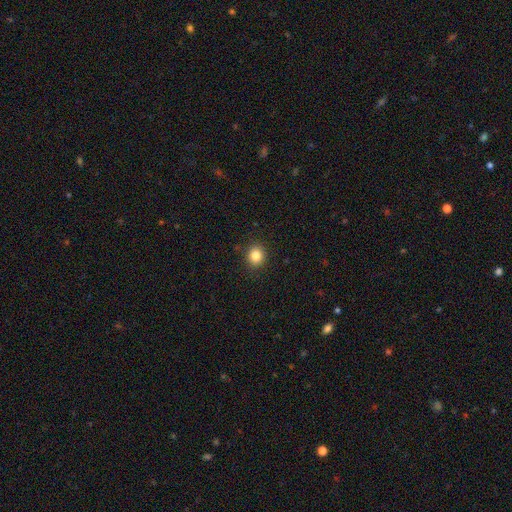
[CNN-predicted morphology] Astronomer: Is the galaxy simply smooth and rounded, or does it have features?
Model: smooth — 84%.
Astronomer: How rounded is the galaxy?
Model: round — 74%.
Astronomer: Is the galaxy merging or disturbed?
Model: none — 90%.